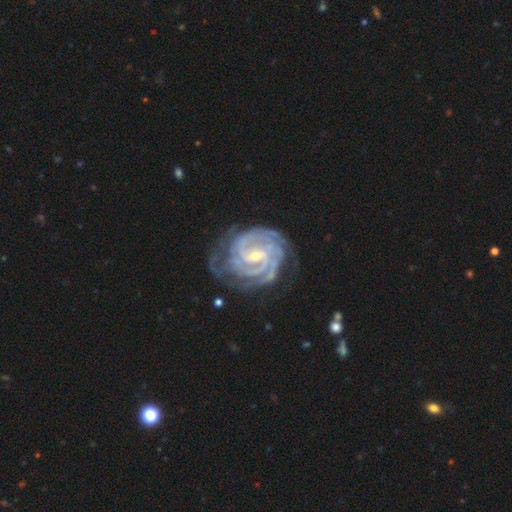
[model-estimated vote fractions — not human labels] A featured or disk galaxy (93%) with a weak bar (49%), 3 (26%) tight (77%) spiral arms (99%) and a small central bulge (67%). Merging: none (69%).